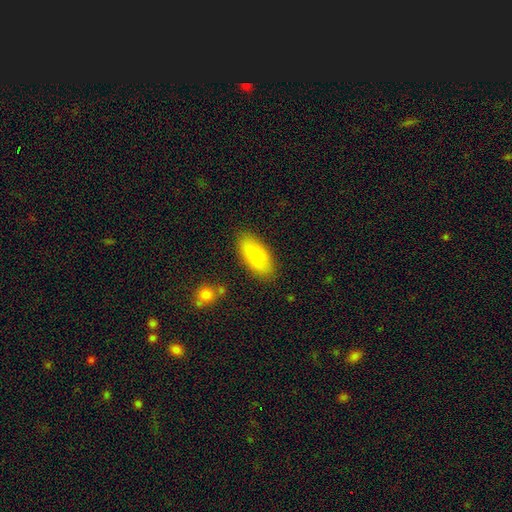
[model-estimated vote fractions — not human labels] Smooth or featured? Predicted: smooth (p=0.84). How rounded? Predicted: in between (p=0.83). Merging? Predicted: none (p=0.85).